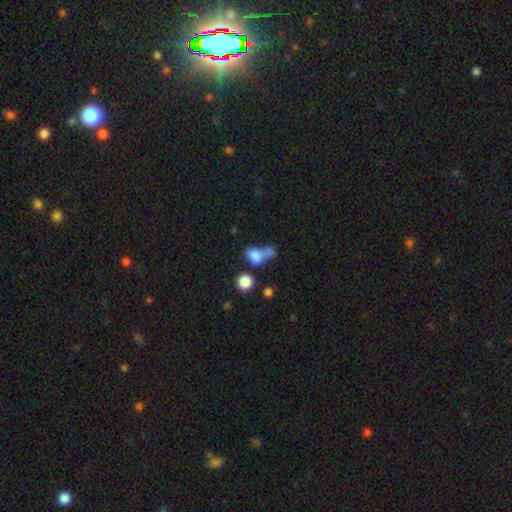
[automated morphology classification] A smooth galaxy with no disk features (78%) that is in between round and cigar-shaped (63%). Merging: merger (50%).